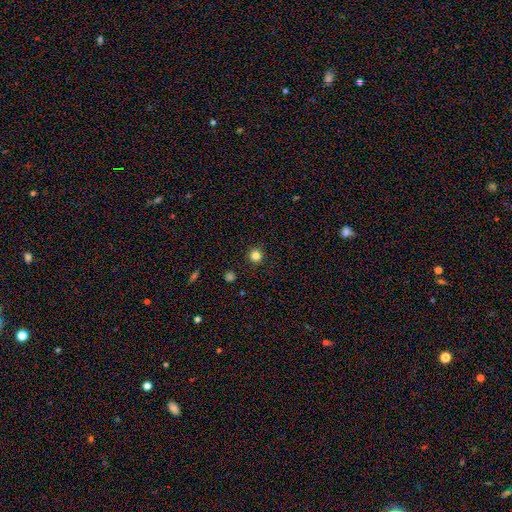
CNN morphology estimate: Smooth or featured: smooth — 83% (star or artifact — 12%)
How rounded: round — 96% (in between — 3%)
Merging: none — 93% (minor disturbance — 5%)